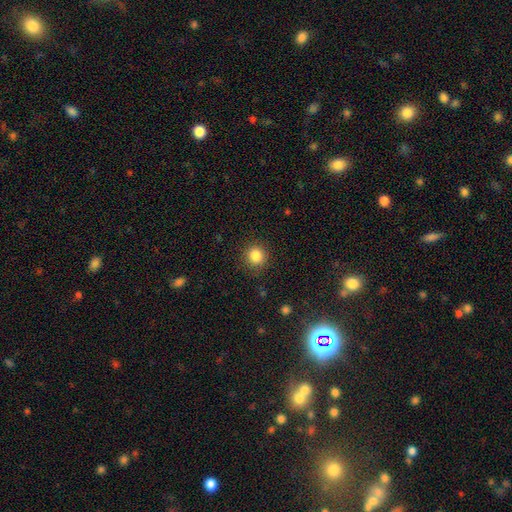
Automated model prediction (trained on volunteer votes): Smooth or featured?
  - smooth: 85% *
  - star or artifact: 11%
  - featured or disk: 4%
How rounded?
  - round: 90% *
  - in between: 10%
  - cigar-shaped: 1%
Merging?
  - none: 87% *
  - minor disturbance: 8%
  - major disturbance: 3%
  - merger: 1%